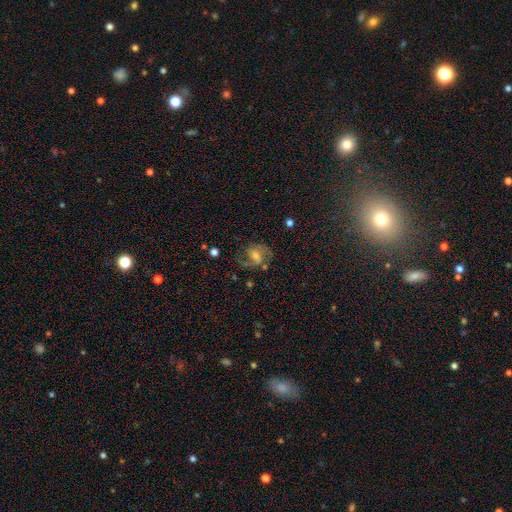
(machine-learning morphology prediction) smooth-or-featured: featured or disk: 73% | smooth: 16% | star or artifact: 10%
  disk-edge-on: no: 97% | yes: 3%
    bar: weak: 48% | no: 34% | strong: 18%
    has-spiral-arms: yes: 91% | no: 9%
      spiral-winding: medium: 54% | loose: 28% | tight: 18%
      spiral-arm-count: 2: 85% | can't tell: 6% | 1: 5% | 3: 2% | 4: 1% | more than 4: 1%
    bulge-size: moderate: 52% | small: 34% | large: 8% | none: 4% | dominant: 1%
  merging: none: 64% | minor disturbance: 18% | major disturbance: 14% | merger: 4%